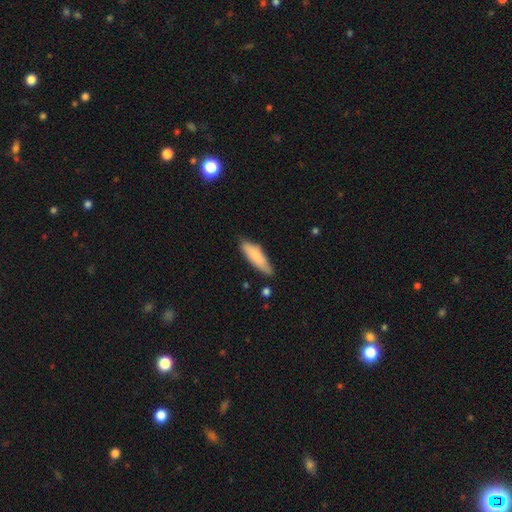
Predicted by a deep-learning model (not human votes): The model was most divided on "how rounded": cigar-shaped: 56%, in between: 42%, round: 1%. More confident: smooth or featured — smooth (81%); merging — none (74%).